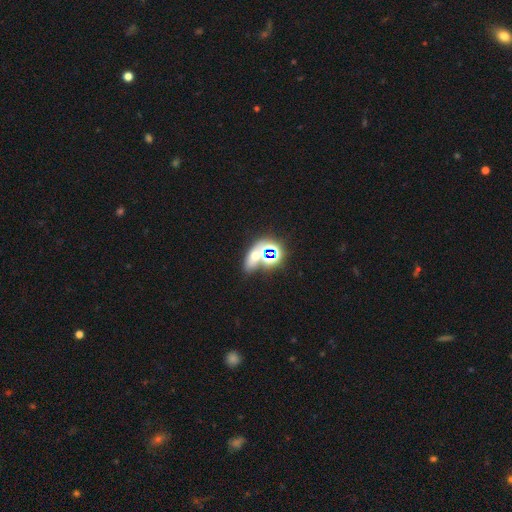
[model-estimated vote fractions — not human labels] A star or artifact, not a galaxy (43%).